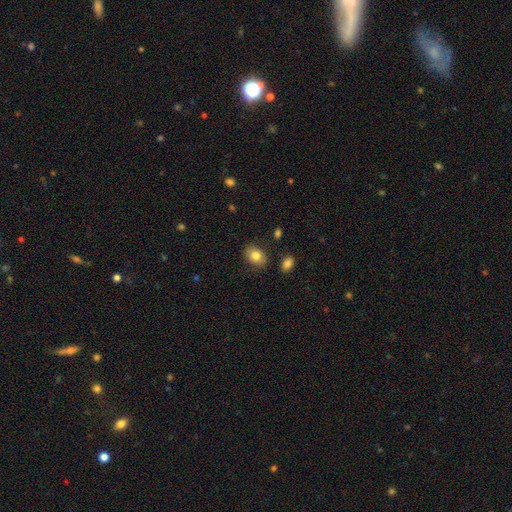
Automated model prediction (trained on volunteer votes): Overall: smooth (82%). How rounded: in between (68%; round 31%). Merging: none (83%).